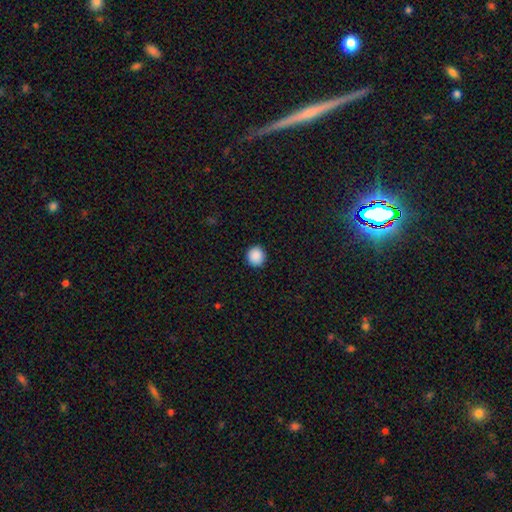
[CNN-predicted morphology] A smooth galaxy with no disk features (90%) that is round (92%).

Vote fractions:
- Smooth or featured? smooth: 90% / star or artifact: 8% / featured or disk: 2%
- How rounded? round: 92% / in between: 7% / cigar-shaped: 1%
- Merging? none: 92% / minor disturbance: 5% / major disturbance: 2% / merger: 1%